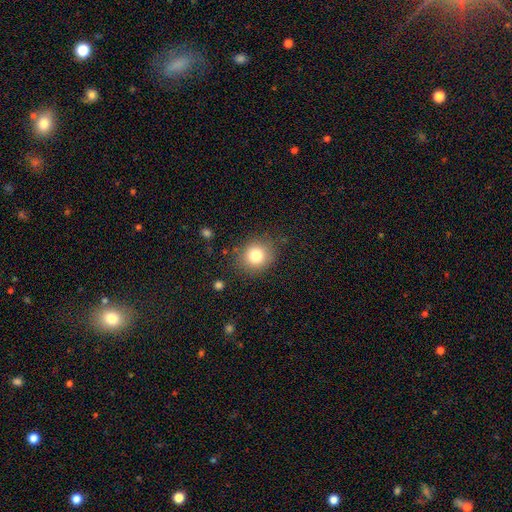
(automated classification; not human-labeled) The model was most divided on "how rounded": round: 81%, in between: 18%, cigar-shaped: 1%. More confident: merging — none (83%); smooth or featured — smooth (80%).